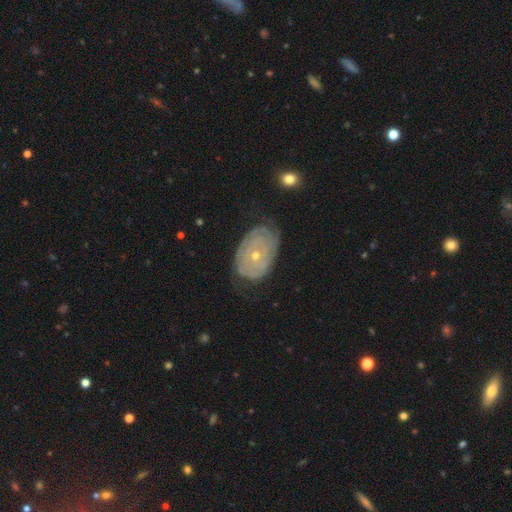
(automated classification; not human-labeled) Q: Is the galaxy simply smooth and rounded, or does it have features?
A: featured or disk — 75%.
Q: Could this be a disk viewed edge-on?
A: no — 95%.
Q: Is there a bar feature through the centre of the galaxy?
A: no — 85%.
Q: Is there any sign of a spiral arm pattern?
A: yes — 79%.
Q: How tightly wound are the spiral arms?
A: tight — 82%.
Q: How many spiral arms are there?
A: can't tell — 56%.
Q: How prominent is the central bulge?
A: small — 63%.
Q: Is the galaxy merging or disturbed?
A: none — 69%.